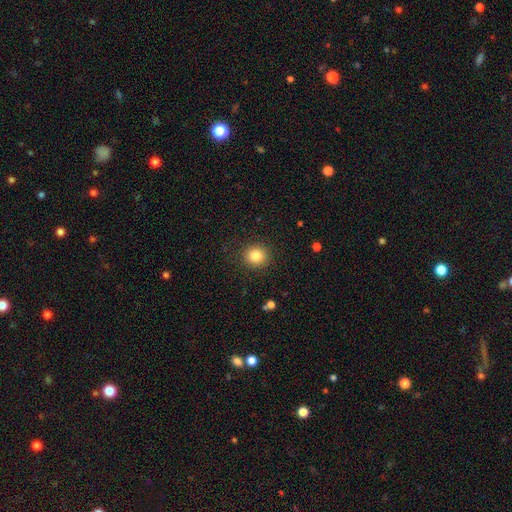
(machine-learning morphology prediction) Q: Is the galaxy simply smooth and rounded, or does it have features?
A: smooth — 82%.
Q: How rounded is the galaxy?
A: round — 89%.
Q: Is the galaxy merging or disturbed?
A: none — 90%.